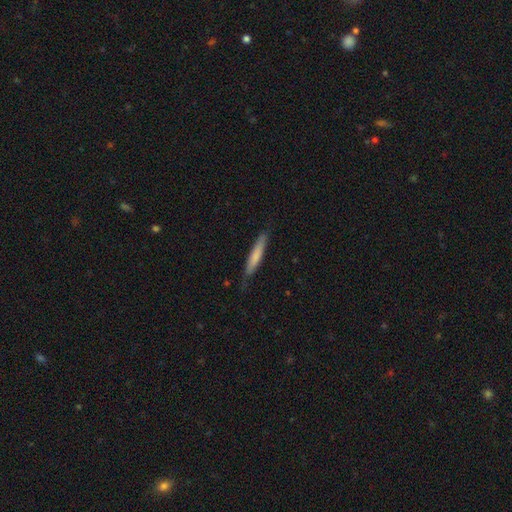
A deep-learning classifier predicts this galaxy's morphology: This is likely a smooth galaxy (70%). How rounded: clearly cigar-shaped (92%). Merging: clearly none (80%).